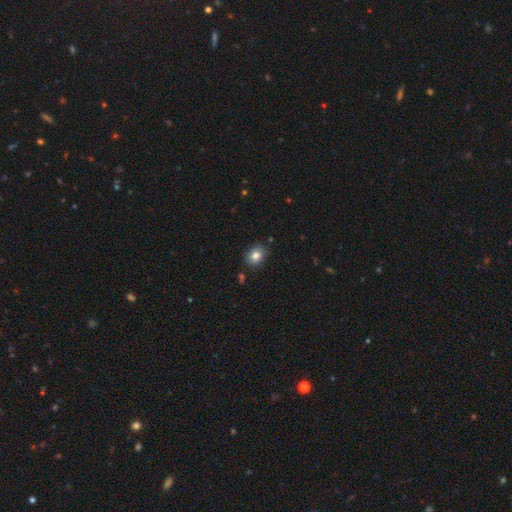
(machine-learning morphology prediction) Q: Smooth or featured?
A: smooth (82%); runner-up: star or artifact (10%)
Q: How rounded?
A: round (50%); runner-up: in between (49%)
Q: Merging?
A: none (85%); runner-up: minor disturbance (11%)